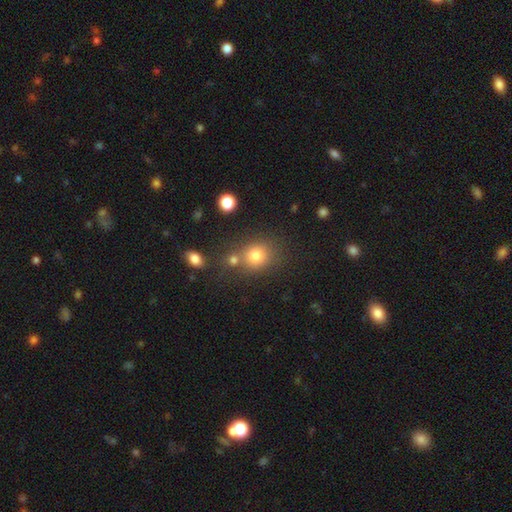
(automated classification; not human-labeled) A smooth galaxy with no disk features (78%) that is round (76%).

Vote fractions:
- Smooth or featured? smooth: 78% / star or artifact: 14% / featured or disk: 8%
- How rounded? round: 76% / in between: 23% / cigar-shaped: 1%
- Merging? none: 63% / merger: 21% / minor disturbance: 11% / major disturbance: 5%